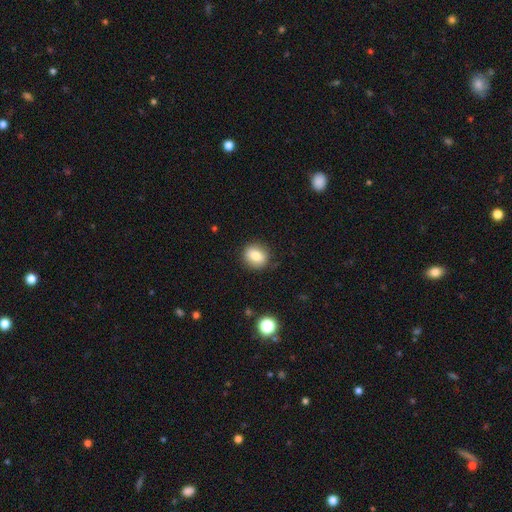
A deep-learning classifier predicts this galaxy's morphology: smooth-or-featured: smooth: 79% | featured or disk: 11% | star or artifact: 10%
  how-rounded: round: 71% | in between: 27% | cigar-shaped: 1%
  merging: none: 87% | minor disturbance: 9% | major disturbance: 3% | merger: 1%